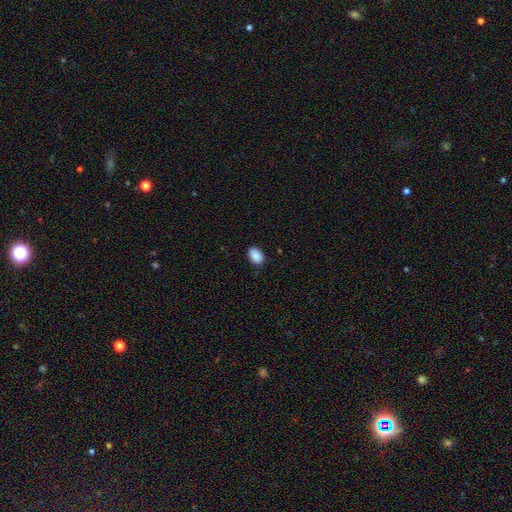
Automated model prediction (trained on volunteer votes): A smooth galaxy with no disk features (90%) that is in between round and cigar-shaped (84%). Merging: none (86%).